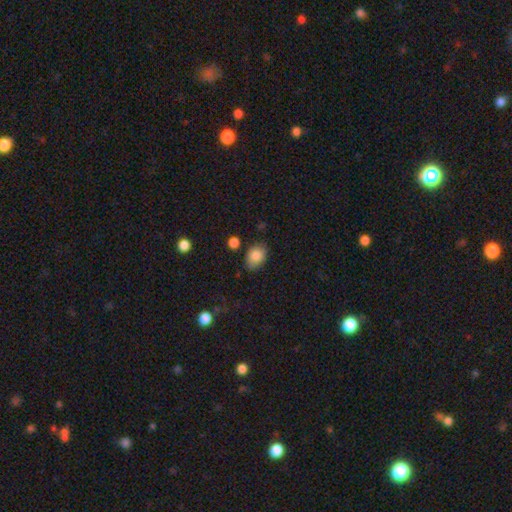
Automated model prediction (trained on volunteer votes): smooth 85%, star or artifact 8%, featured or disk 7%. Down the decision tree: how rounded — in between (74%); merging — none (73%).